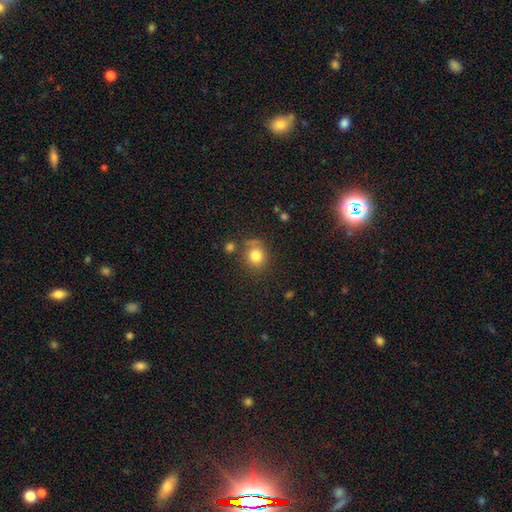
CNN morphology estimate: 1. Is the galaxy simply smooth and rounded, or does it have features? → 80% smooth, 12% star or artifact, 8% featured or disk.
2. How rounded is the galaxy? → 84% round, 15% in between, 1% cigar-shaped.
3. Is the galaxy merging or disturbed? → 70% none, 15% minor disturbance, 9% merger, 6% major disturbance.